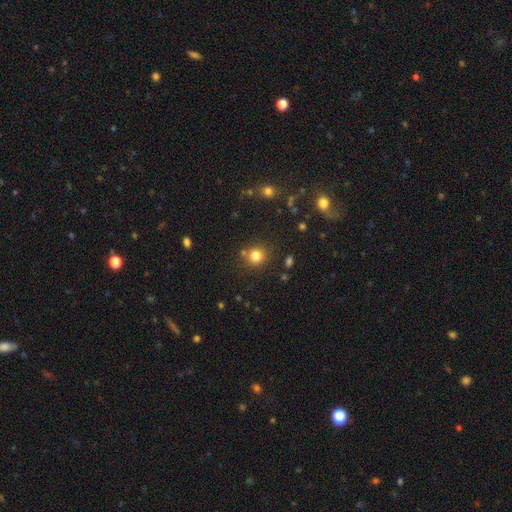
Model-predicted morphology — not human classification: Overall: smooth (79%). How rounded: round (87%). Merging: none (79%).